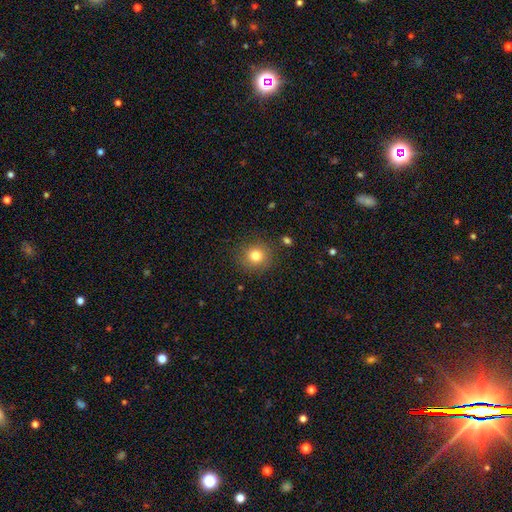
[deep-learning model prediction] Smooth or featured?
  - smooth: 80% *
  - star or artifact: 12%
  - featured or disk: 8%
How rounded?
  - round: 89% *
  - in between: 10%
  - cigar-shaped: 1%
Merging?
  - none: 86% *
  - minor disturbance: 9%
  - major disturbance: 3%
  - merger: 2%